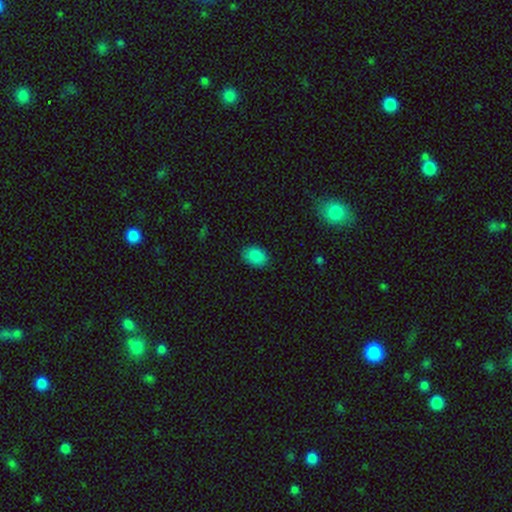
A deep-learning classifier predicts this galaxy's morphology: A smooth galaxy with no disk features (88%) that is in between round and cigar-shaped (77%). Merging: none (84%).